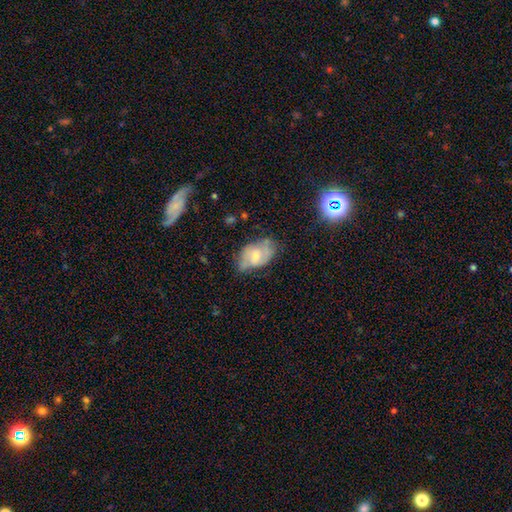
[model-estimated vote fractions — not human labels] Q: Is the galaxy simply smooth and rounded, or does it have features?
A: featured or disk — 48%.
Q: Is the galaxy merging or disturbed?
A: none — 52%.